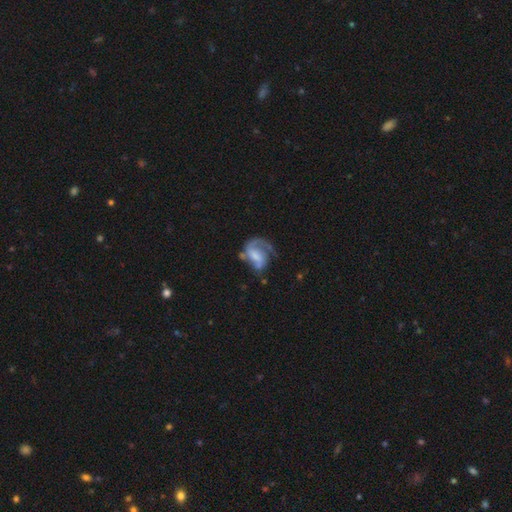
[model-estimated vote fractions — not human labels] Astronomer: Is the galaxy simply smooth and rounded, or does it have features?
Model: featured or disk — 75%.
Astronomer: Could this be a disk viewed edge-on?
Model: no — 98%.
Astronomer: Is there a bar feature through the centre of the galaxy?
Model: weak — 44% (runner-up: no, 37%).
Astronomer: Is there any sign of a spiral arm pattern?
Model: yes — 90%.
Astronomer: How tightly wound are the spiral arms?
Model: medium — 43% (runner-up: loose, 29%).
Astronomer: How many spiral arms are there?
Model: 1 — 52% (runner-up: 2, 37%).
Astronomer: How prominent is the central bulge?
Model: small — 31%, tied with moderate at 31%.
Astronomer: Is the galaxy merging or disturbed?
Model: none — 40% (runner-up: major disturbance, 32%).